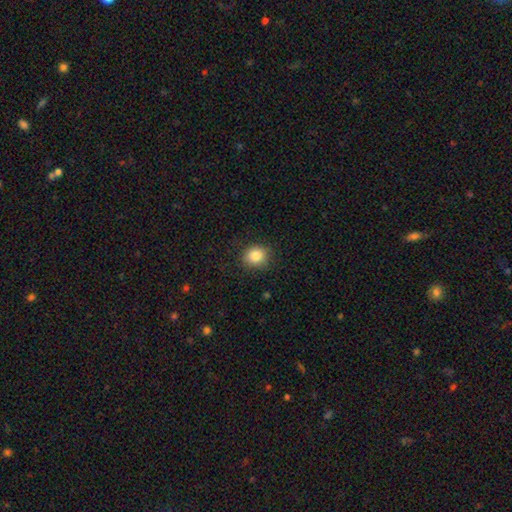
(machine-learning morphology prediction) A smooth galaxy with no disk features (84%) that is round (77%).

Vote fractions:
- Smooth or featured? smooth: 84% / star or artifact: 10% / featured or disk: 5%
- How rounded? round: 77% / in between: 22% / cigar-shaped: 1%
- Merging? none: 87% / minor disturbance: 10% / major disturbance: 3% / merger: 1%